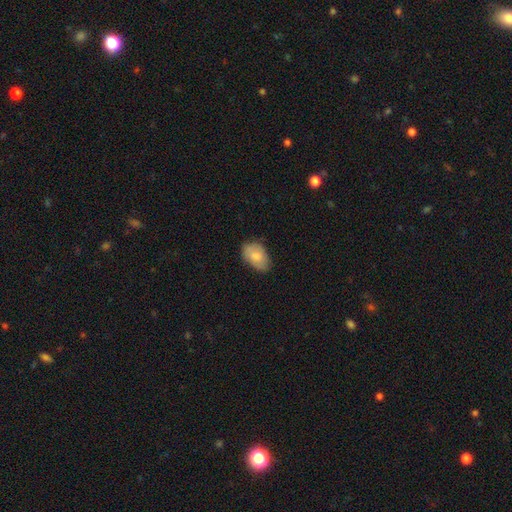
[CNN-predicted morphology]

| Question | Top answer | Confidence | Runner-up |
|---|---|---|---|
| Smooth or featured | smooth | 79% | featured or disk (15%) |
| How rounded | in between | 91% | round (7%) |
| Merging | none | 75% | minor disturbance (21%) |